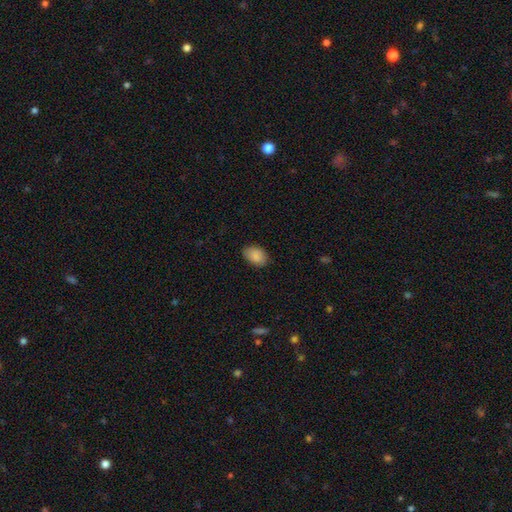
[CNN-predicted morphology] smooth-or-featured: smooth: 90% | star or artifact: 7% | featured or disk: 4%
  how-rounded: in between: 89% | round: 10% | cigar-shaped: 1%
  merging: none: 85% | minor disturbance: 12% | major disturbance: 3% | merger: 1%